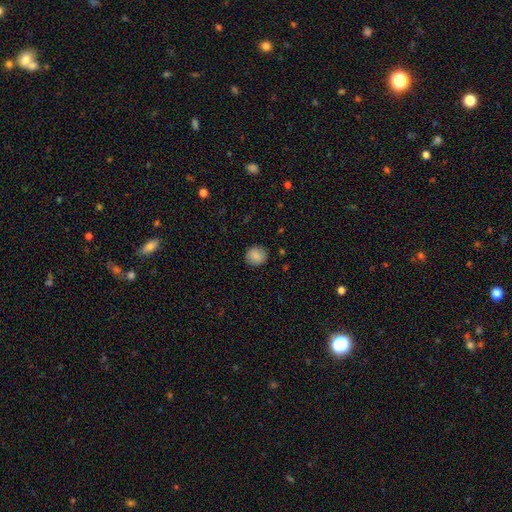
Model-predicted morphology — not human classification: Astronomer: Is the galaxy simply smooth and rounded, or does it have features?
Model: smooth — 87%.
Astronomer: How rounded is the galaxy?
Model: round — 88%.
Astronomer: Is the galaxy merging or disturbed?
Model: none — 89%.